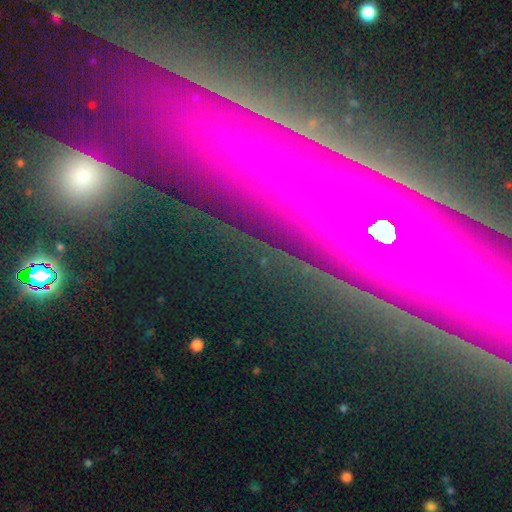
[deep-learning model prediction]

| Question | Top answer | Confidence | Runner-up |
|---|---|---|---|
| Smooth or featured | featured or disk | 50% | star or artifact (32%) |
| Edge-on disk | yes | 71% | no (29%) |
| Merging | none | 86% | minor disturbance (8%) |